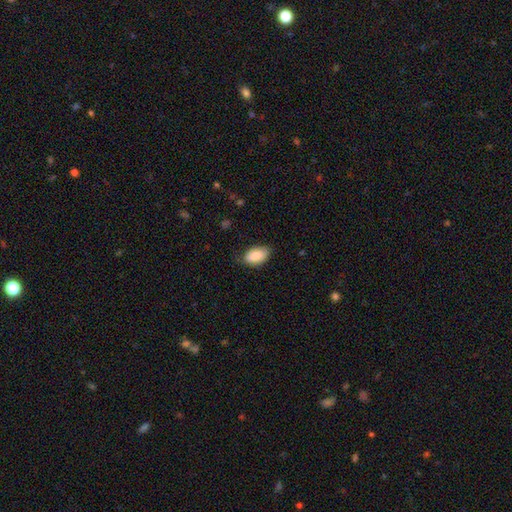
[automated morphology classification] Smooth or featured: smooth — 87% (featured or disk — 7%)
How rounded: in between — 93% (round — 6%)
Merging: none — 75% (minor disturbance — 21%)